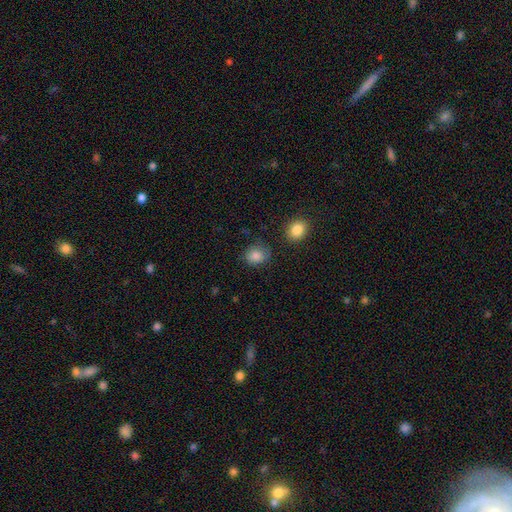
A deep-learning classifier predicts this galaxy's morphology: Smooth or featured?
  - smooth: 85% *
  - star or artifact: 9%
  - featured or disk: 6%
How rounded?
  - round: 61% *
  - in between: 38%
  - cigar-shaped: 1%
Merging?
  - none: 73% *
  - minor disturbance: 19%
  - major disturbance: 5%
  - merger: 3%